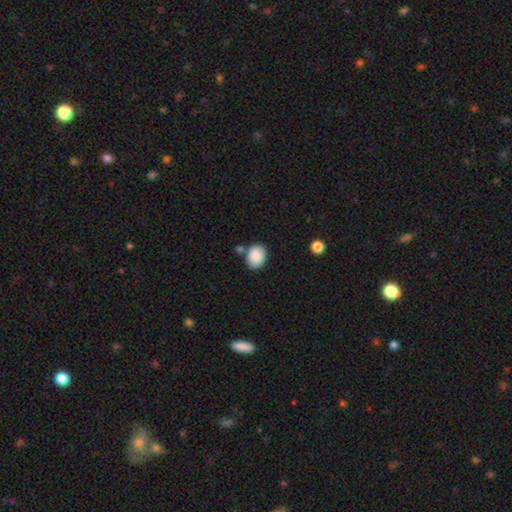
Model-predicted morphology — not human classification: Smooth or featured?
  - smooth: 87% *
  - star or artifact: 7%
  - featured or disk: 5%
How rounded?
  - in between: 58% *
  - round: 41%
  - cigar-shaped: 1%
Merging?
  - none: 67% *
  - minor disturbance: 17%
  - merger: 12%
  - major disturbance: 4%